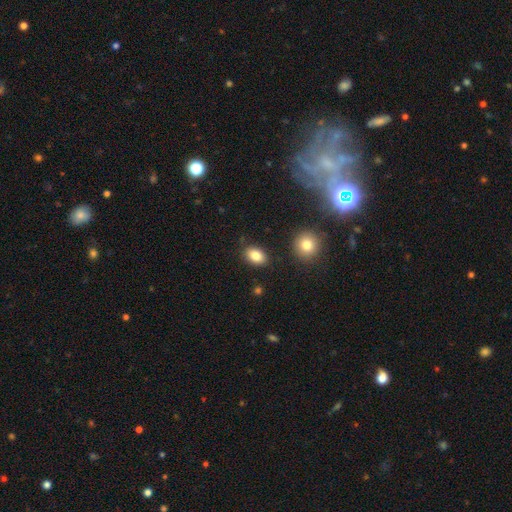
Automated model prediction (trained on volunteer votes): Morphology: type=smooth (85%); roundness=in between (83%); merging=none (85%).